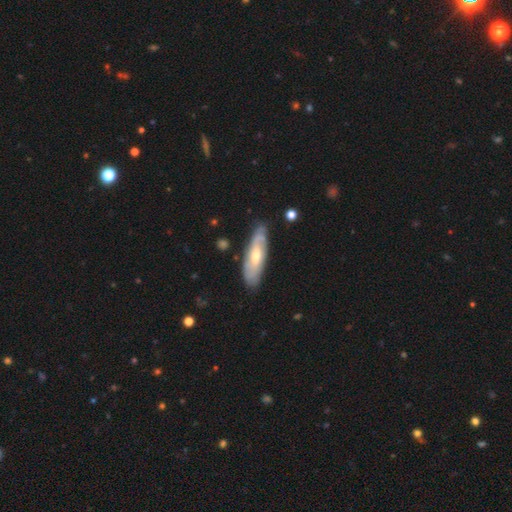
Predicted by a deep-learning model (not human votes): Smooth or featured: featured or disk — 64% (smooth — 31%)
Edge-on disk: no — 75% (yes — 25%)
Merging: none — 80% (minor disturbance — 15%)